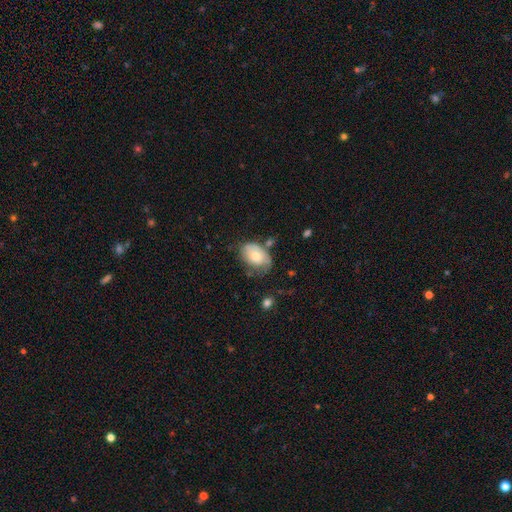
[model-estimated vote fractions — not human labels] smooth 61%, featured or disk 32%, star or artifact 7%. Down the decision tree: how rounded — in between (84%); merging — none (48%).